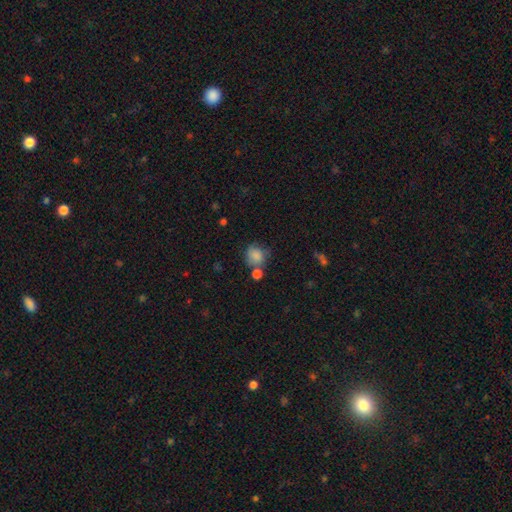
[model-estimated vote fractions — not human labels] This appears to be a smooth galaxy with no disk features (81%) that is round (73%). Merging: none (52%).